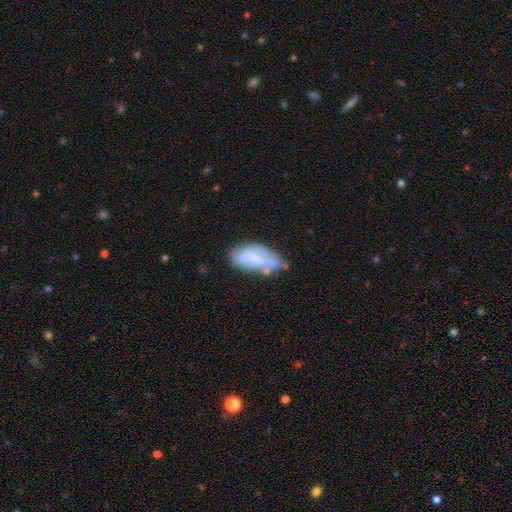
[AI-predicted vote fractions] A smooth galaxy with no disk features (56%) that is in between round and cigar-shaped (89%). Merging: none (46%).